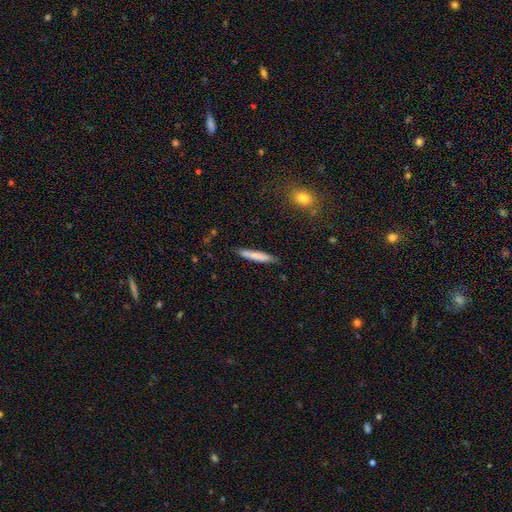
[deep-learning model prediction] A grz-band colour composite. It shows a smooth galaxy with no disk features (75%) that is cigar-shaped (93%). Merging: none (81%).